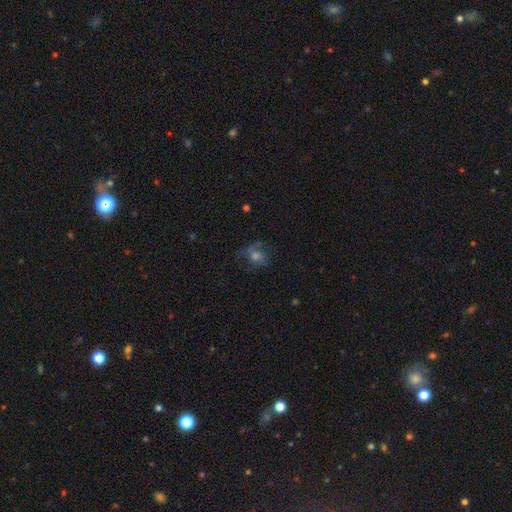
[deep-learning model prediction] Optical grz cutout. It shows a smooth galaxy with no disk features (43%). Merging: none (54%).